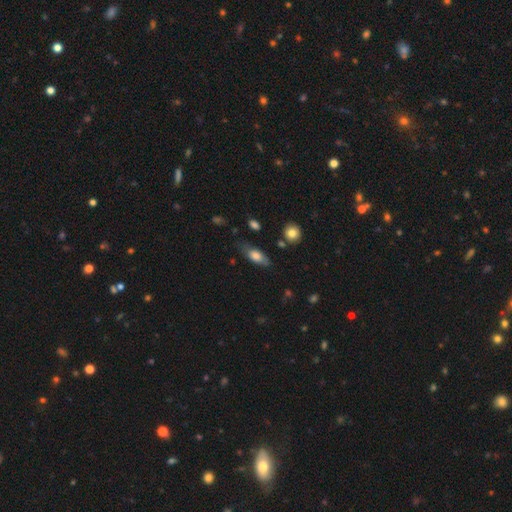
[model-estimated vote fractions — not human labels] smooth 71%, featured or disk 22%, star or artifact 7%. Down the decision tree: how rounded — in between (78%); merging — none (63%).